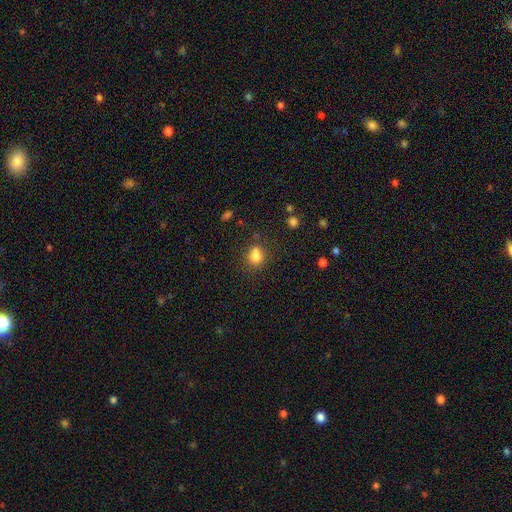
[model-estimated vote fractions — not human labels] smooth 81%, star or artifact 12%, featured or disk 7%. Down the decision tree: how rounded — round (55%); merging — none (63%).